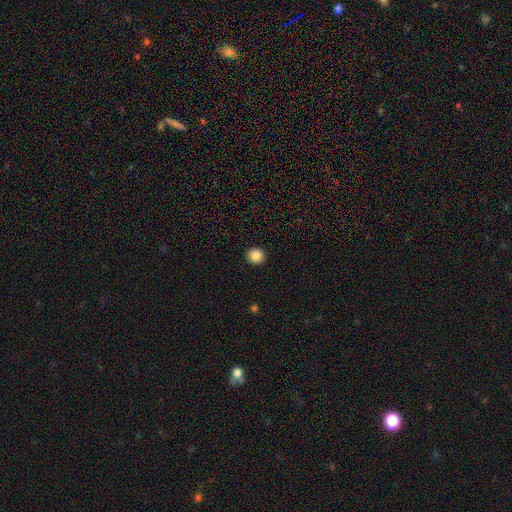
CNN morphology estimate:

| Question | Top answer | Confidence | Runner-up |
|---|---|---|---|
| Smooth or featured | smooth | 87% | star or artifact (10%) |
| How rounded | round | 91% | in between (8%) |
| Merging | none | 93% | minor disturbance (5%) |